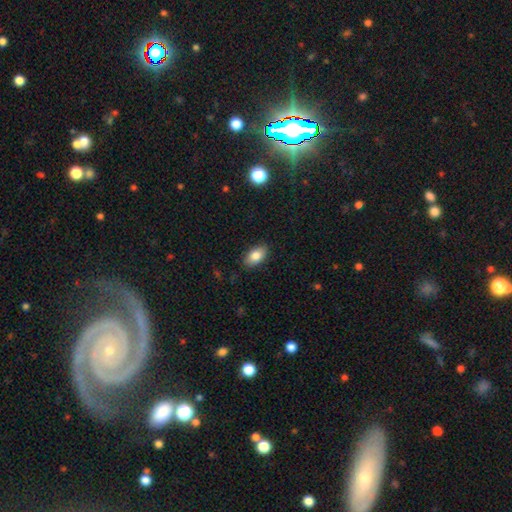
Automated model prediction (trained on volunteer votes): smooth 83%, featured or disk 9%, star or artifact 8%. Down the decision tree: how rounded — in between (91%); merging — none (87%).